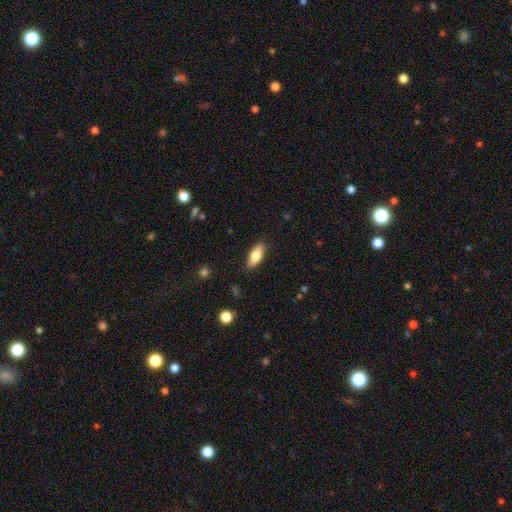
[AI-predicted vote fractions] Smooth or featured: smooth — 75% (featured or disk — 18%)
How rounded: in between — 73% (cigar-shaped — 24%)
Merging: none — 86% (minor disturbance — 11%)